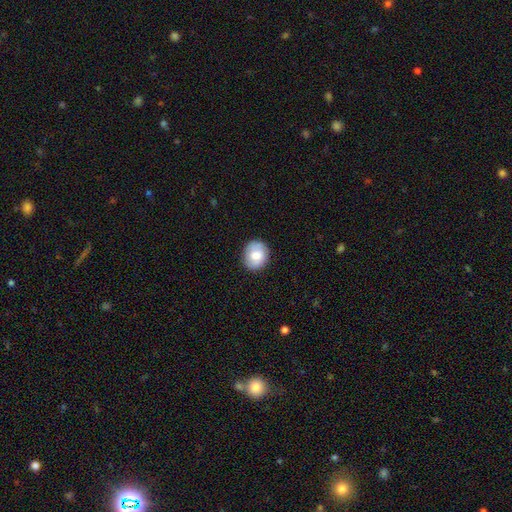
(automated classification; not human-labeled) Smooth or featured?
  - smooth: 75% *
  - featured or disk: 18%
  - star or artifact: 7%
How rounded?
  - round: 74% *
  - in between: 25%
  - cigar-shaped: 1%
Merging?
  - none: 85% *
  - minor disturbance: 11%
  - major disturbance: 2%
  - merger: 1%